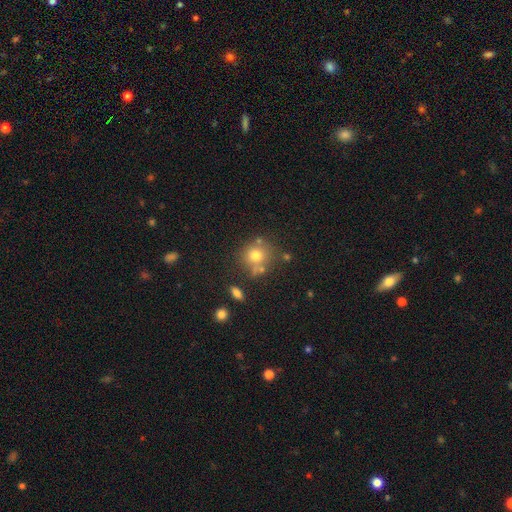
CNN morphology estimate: type=smooth (73%); roundness=round (87%); merging=none (68%).